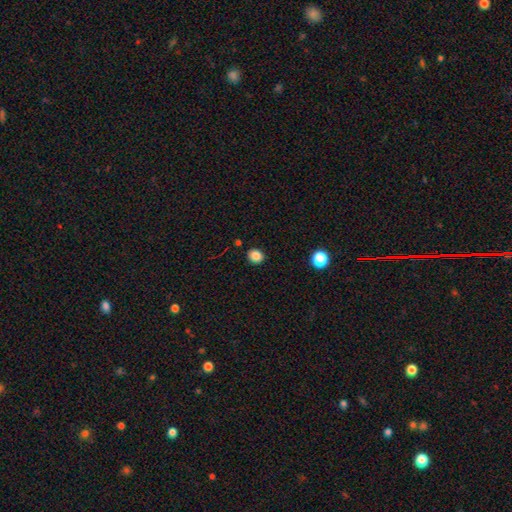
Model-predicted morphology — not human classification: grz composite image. It shows a smooth galaxy with no disk features (85%) that is round (79%). Merging: none (90%).